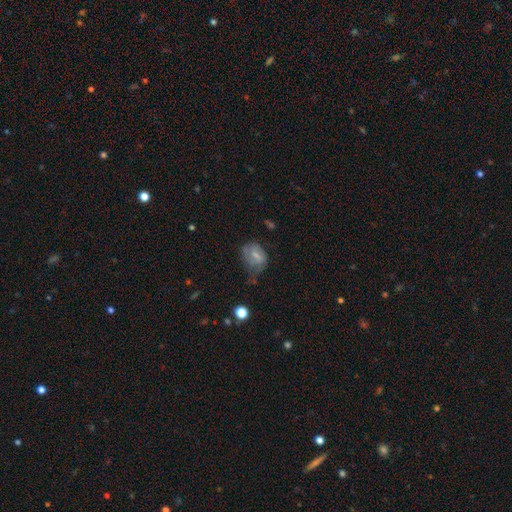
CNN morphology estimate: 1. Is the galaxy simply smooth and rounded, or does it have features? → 58% smooth, 33% featured or disk, 9% star or artifact.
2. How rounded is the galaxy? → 66% in between, 32% round, 2% cigar-shaped.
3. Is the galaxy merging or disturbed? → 36% minor disturbance, 35% none, 25% major disturbance, 4% merger.